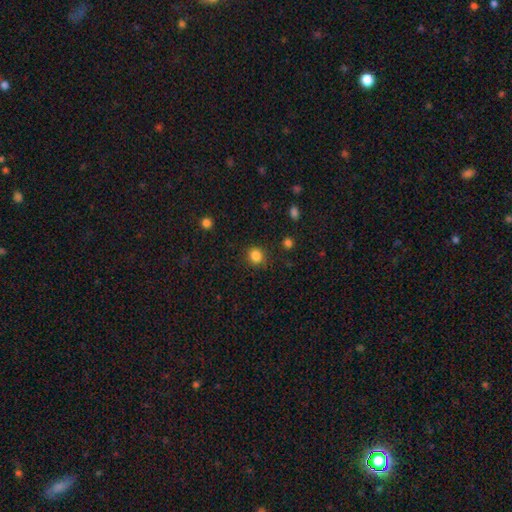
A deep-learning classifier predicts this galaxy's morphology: smooth 84%, star or artifact 12%, featured or disk 4%. Down the decision tree: how rounded — round (88%); merging — none (87%).